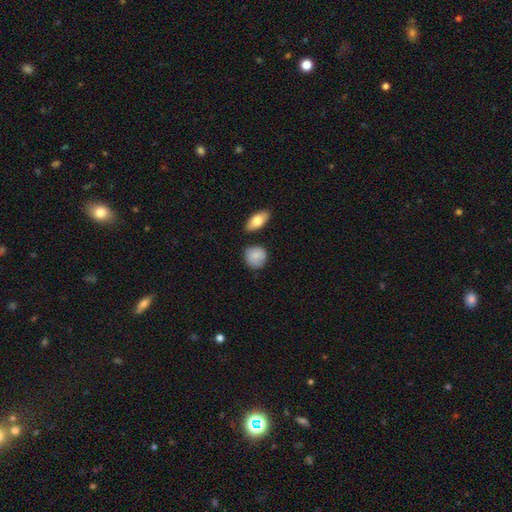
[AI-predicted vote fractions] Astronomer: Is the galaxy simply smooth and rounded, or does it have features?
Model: smooth — 85%.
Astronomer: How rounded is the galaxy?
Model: round — 75%.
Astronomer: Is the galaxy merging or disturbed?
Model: none — 77%.